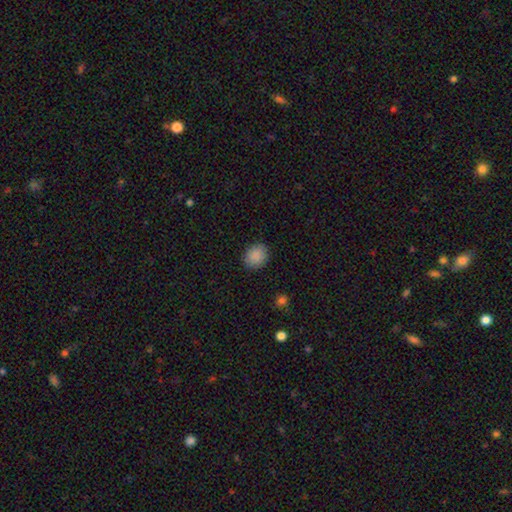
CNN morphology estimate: smooth_or_featured: smooth (p=0.88) [alt: star or artifact p=0.08]
how_rounded: round (p=0.57) [alt: in between p=0.42]
merging: none (p=0.88) [alt: minor disturbance p=0.09]